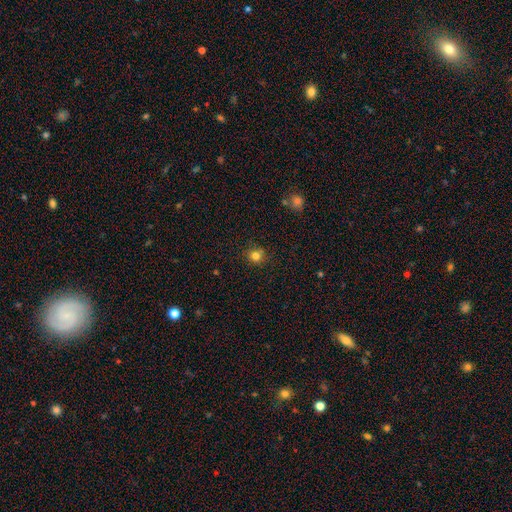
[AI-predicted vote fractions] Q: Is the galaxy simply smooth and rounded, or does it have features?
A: smooth — 80%.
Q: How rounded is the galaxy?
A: round — 88%.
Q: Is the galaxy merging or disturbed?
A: none — 82%.